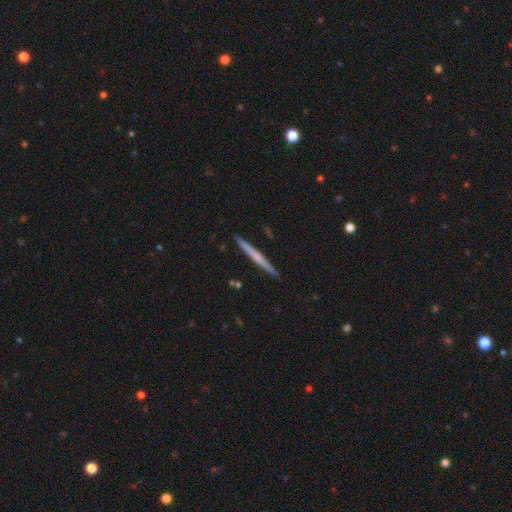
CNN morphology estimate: This appears to be a featured or disk galaxy (53%) viewed edge-on (98%) with no central bulge (72%). Merging: none (92%).